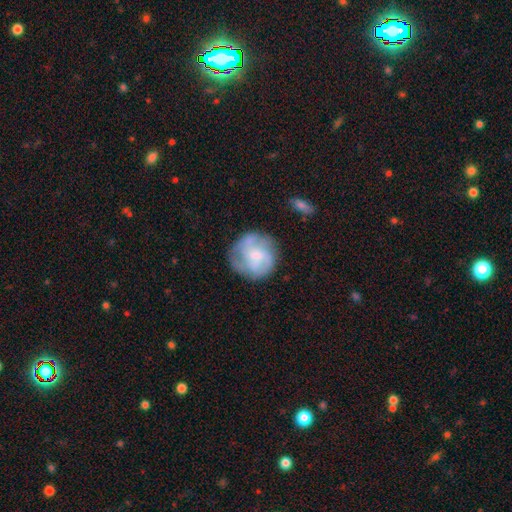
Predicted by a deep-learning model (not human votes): Smooth or featured: featured or disk — 55% (smooth — 38%)
Edge-on disk: no — 98% (yes — 2%)
Bar: no — 61% (weak — 33%)
Spiral arms: yes — 72% (no — 28%)
Bulge size: small — 45% (moderate — 39%)
Merging: none — 69% (minor disturbance — 19%)